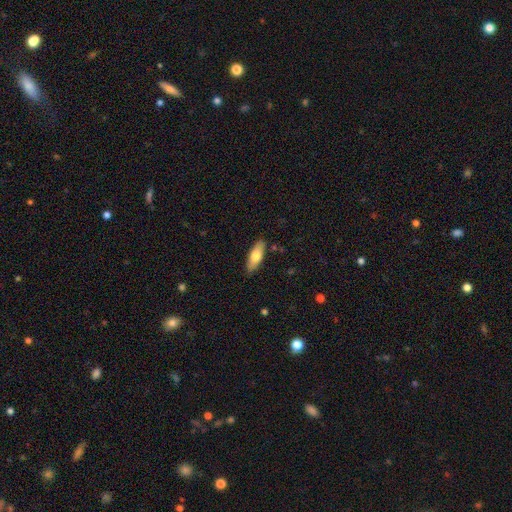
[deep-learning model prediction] The model was most divided on "how rounded": in between: 69%, cigar-shaped: 29%, round: 2%. More confident: merging — none (86%); smooth or featured — smooth (71%).